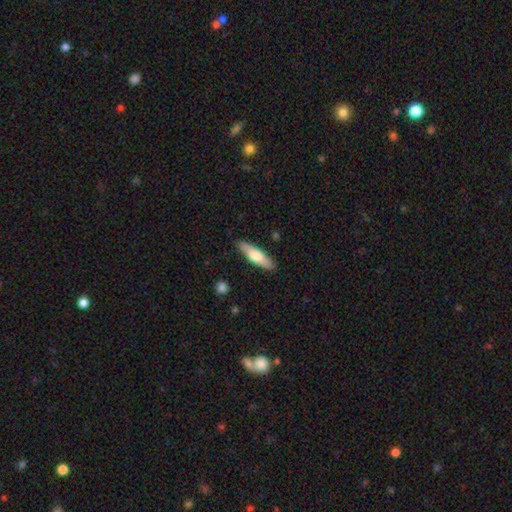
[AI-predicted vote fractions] This is likely a smooth galaxy (67%). How rounded: likely cigar-shaped (61%). Merging: clearly none (86%).